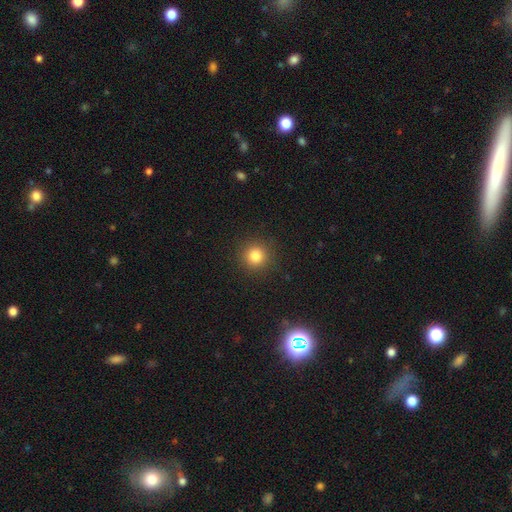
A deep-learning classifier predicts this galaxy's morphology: Smooth or featured?
  - smooth: 83% *
  - star or artifact: 12%
  - featured or disk: 5%
How rounded?
  - round: 94% *
  - in between: 5%
  - cigar-shaped: 1%
Merging?
  - none: 91% *
  - minor disturbance: 6%
  - major disturbance: 2%
  - merger: 1%